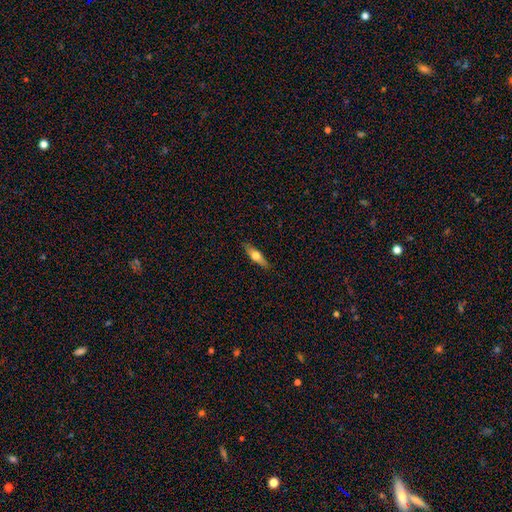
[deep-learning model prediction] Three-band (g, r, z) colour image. It shows a smooth galaxy with no disk features (53%) that is cigar-shaped (60%). Merging: none (86%).